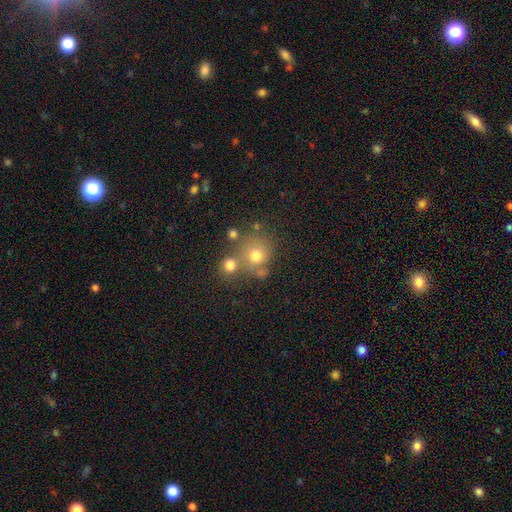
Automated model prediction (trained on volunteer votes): Smooth or featured: smooth — 70% (star or artifact — 16%)
How rounded: round — 87% (in between — 12%)
Merging: none — 56% (merger — 27%)